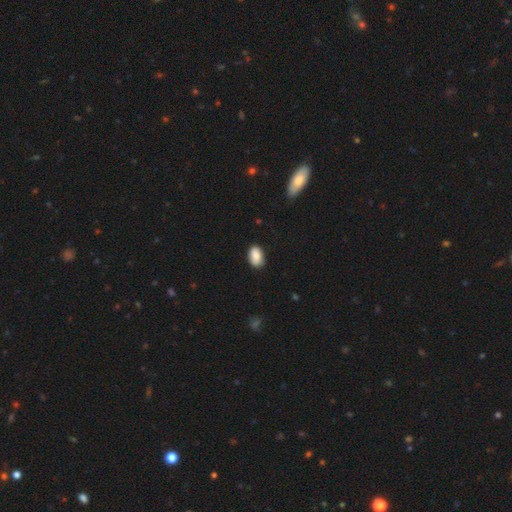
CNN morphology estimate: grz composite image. It shows a smooth galaxy with no disk features (87%) that is in between round and cigar-shaped (91%). Merging: none (84%).